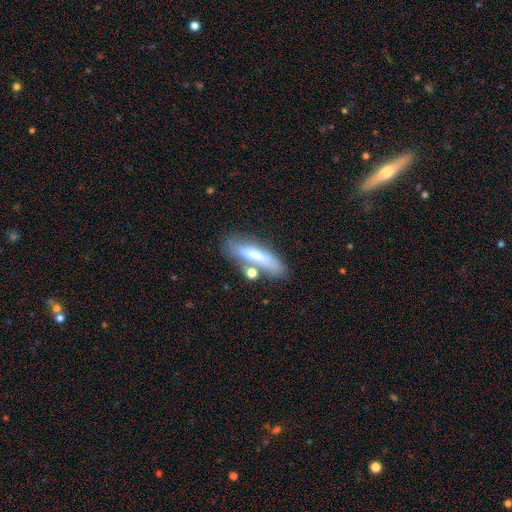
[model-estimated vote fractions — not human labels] A smooth galaxy with no disk features (63%) that is cigar-shaped (66%). Merging: none (59%).